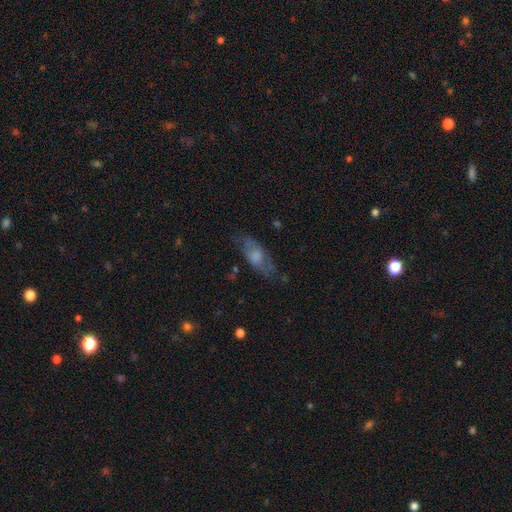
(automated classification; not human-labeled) The model was most divided on "smooth or featured": smooth: 50%, featured or disk: 42%, star or artifact: 8%. More confident: how rounded — in between (71%); merging — none (64%).